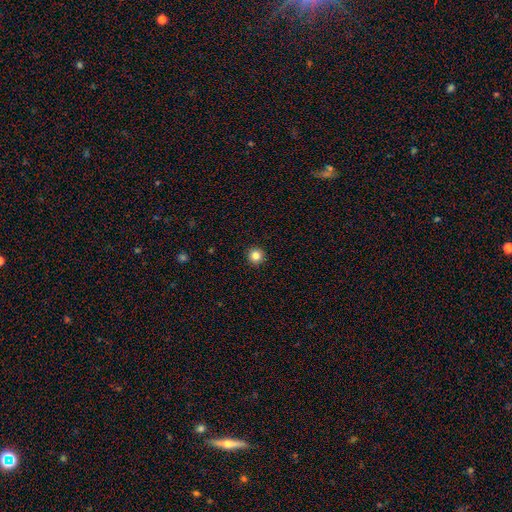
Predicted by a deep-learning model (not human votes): The model was most divided on "smooth or featured": smooth: 84%, star or artifact: 11%, featured or disk: 5%. More confident: how rounded — round (96%); merging — none (94%).